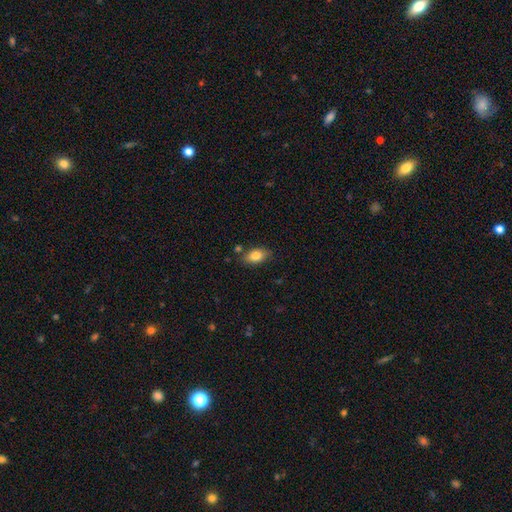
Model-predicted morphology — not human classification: Smooth or featured? Predicted: smooth (p=0.82). How rounded? Predicted: in between (p=0.89). Merging? Predicted: none (p=0.76).